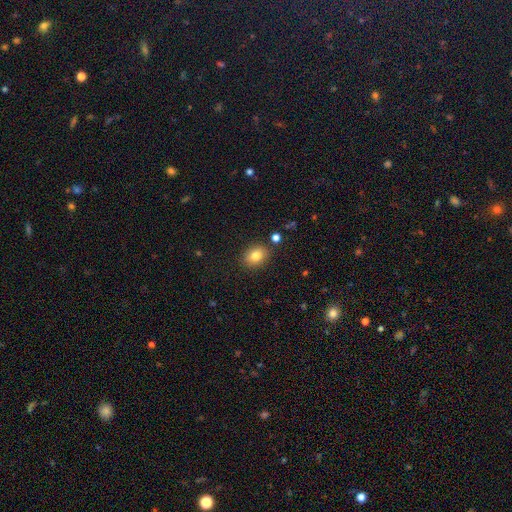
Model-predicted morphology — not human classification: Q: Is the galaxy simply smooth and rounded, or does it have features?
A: smooth — 82%.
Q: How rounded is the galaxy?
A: in between — 61%.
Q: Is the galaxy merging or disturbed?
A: none — 86%.